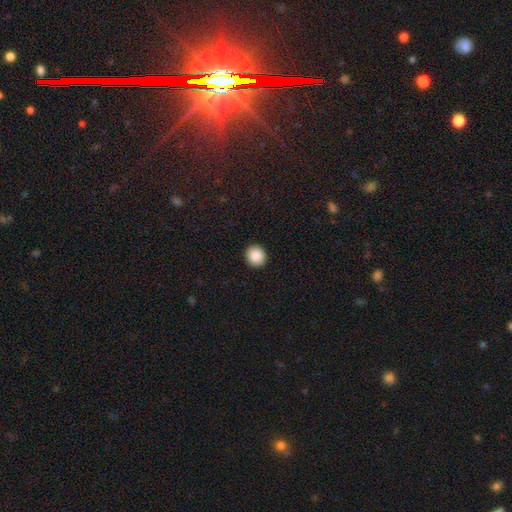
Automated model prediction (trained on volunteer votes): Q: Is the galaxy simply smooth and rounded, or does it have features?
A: smooth — 89%.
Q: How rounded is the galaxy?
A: round — 83%.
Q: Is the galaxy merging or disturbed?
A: none — 92%.